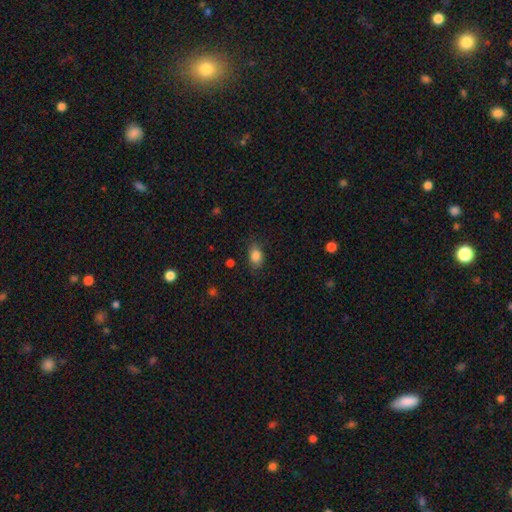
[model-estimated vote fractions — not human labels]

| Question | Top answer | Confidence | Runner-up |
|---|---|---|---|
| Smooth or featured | smooth | 85% | star or artifact (9%) |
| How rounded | in between | 79% | round (20%) |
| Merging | none | 76% | minor disturbance (18%) |